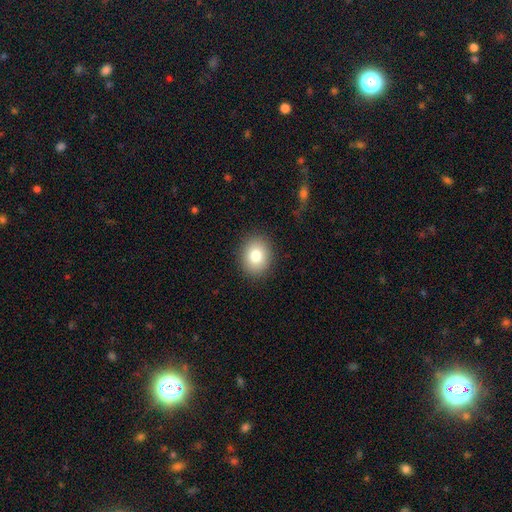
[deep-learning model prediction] This appears to be a smooth galaxy with no disk features (80%) that is round (60%). Merging: none (89%).